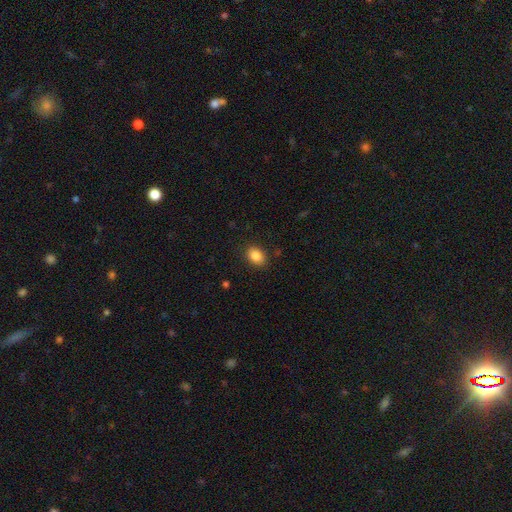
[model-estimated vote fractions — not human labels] A smooth galaxy with no disk features (86%) that is in between round and cigar-shaped (74%).

Vote fractions:
- Smooth or featured? smooth: 86% / star or artifact: 9% / featured or disk: 5%
- How rounded? in between: 74% / round: 25% / cigar-shaped: 1%
- Merging? none: 88% / minor disturbance: 9% / major disturbance: 2% / merger: 1%